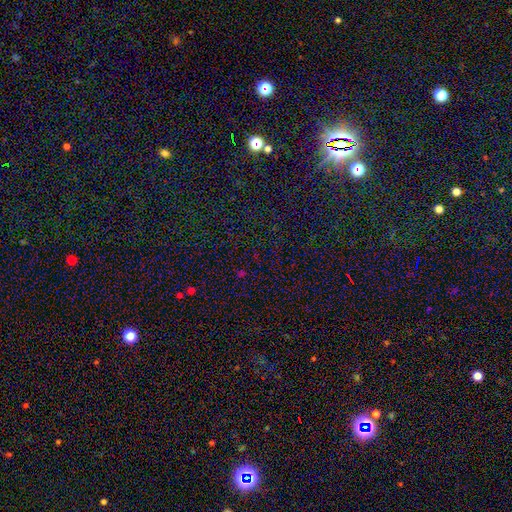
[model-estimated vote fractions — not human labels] star or artifact 66%, smooth 26%, featured or disk 8%.